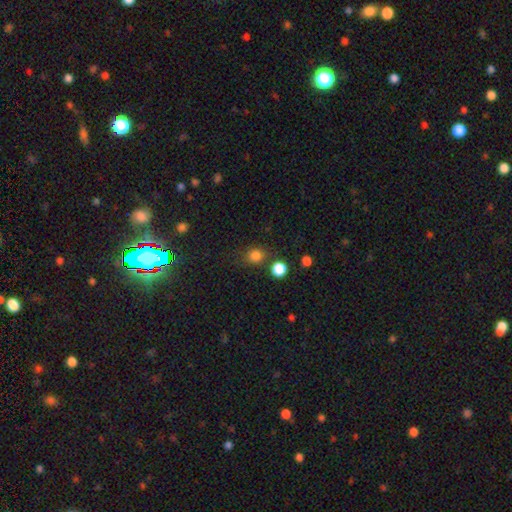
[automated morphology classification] A smooth galaxy with no disk features (80%) that is round (77%). Merging: none (73%).